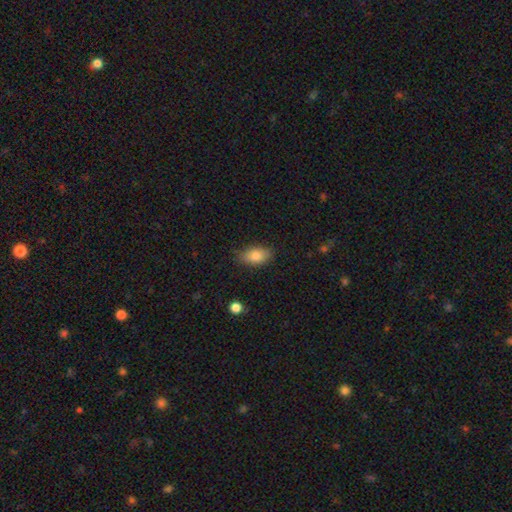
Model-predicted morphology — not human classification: Q: Smooth or featured?
A: smooth (85%); runner-up: star or artifact (8%)
Q: How rounded?
A: in between (89%); runner-up: round (7%)
Q: Merging?
A: none (80%); runner-up: minor disturbance (15%)